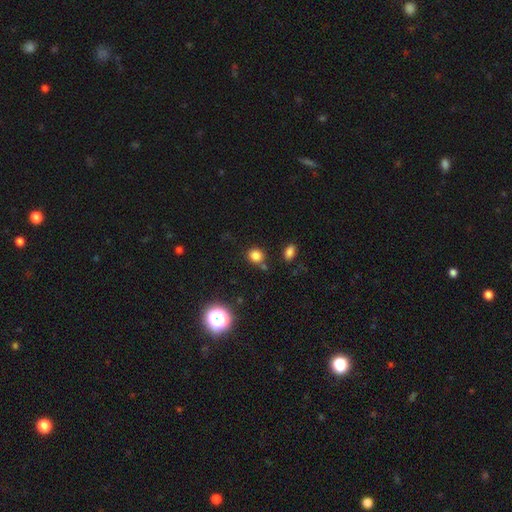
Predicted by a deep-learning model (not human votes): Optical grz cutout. It shows a smooth galaxy with no disk features (80%) that is round (75%). Merging: none (77%).